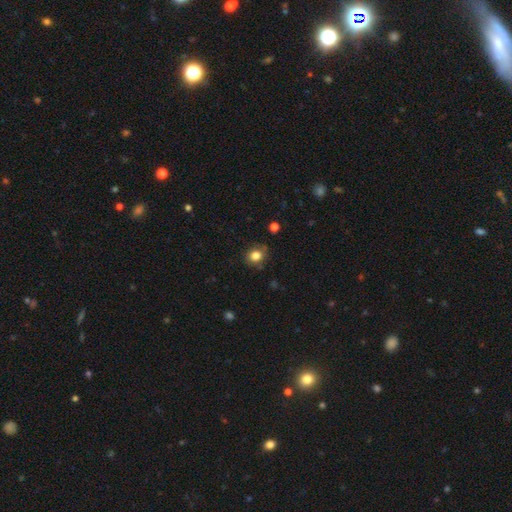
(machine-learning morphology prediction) smooth-or-featured: smooth: 81% | star or artifact: 10% | featured or disk: 9%
  how-rounded: round: 63% | in between: 36% | cigar-shaped: 1%
  merging: none: 77% | minor disturbance: 18% | major disturbance: 4% | merger: 1%